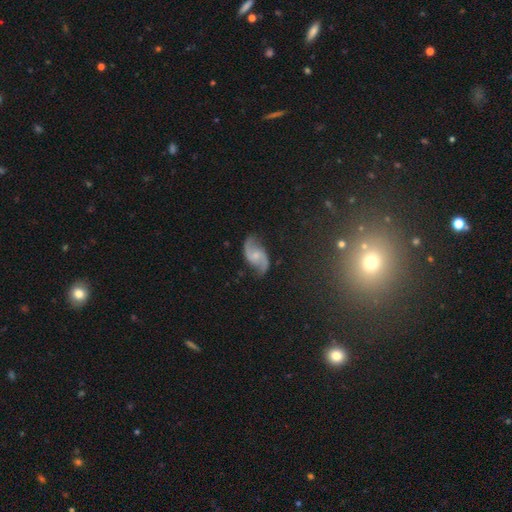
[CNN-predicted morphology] Smooth or featured?
  - featured or disk: 86% *
  - smooth: 8%
  - star or artifact: 6%
Edge-on disk?
  - no: 97% *
  - yes: 3%
Bar?
  - no: 56% *
  - weak: 37%
  - strong: 7%
Spiral arms?
  - yes: 97% *
  - no: 3%
Spiral winding?
  - loose: 63% *
  - medium: 29%
  - tight: 7%
Spiral arm count?
  - 2: 94% *
  - can't tell: 2%
  - 1: 1%
  - 3: 1%
  - 4: 1%
  - more than 4: 1%
Bulge size?
  - small: 53% *
  - moderate: 28%
  - none: 15%
  - large: 3%
  - dominant: 1%
Merging?
  - none: 78% *
  - minor disturbance: 15%
  - major disturbance: 5%
  - merger: 2%